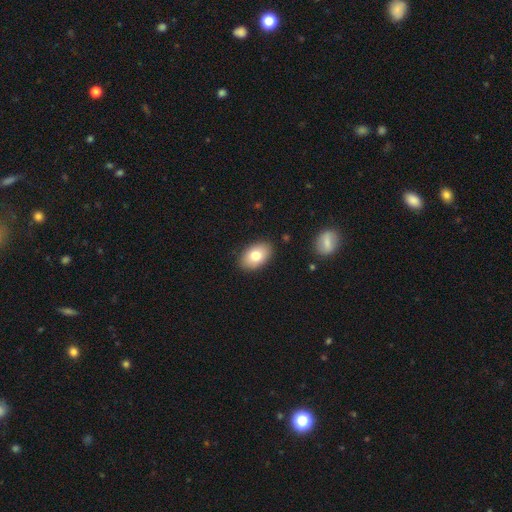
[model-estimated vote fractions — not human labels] A smooth galaxy with no disk features (76%) that is in between round and cigar-shaped (88%). Merging: none (87%).